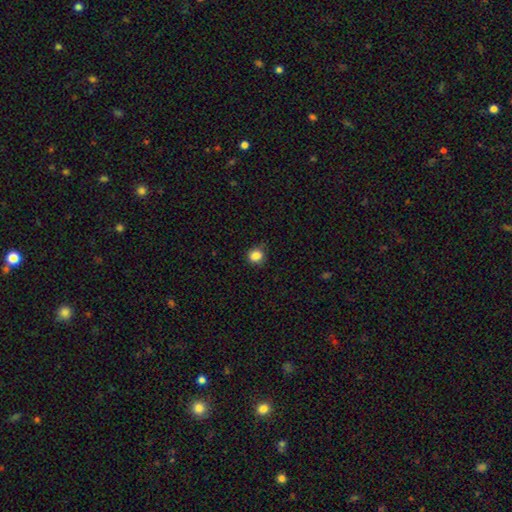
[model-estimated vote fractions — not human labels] Q: Smooth or featured?
A: smooth (86%); runner-up: star or artifact (11%)
Q: How rounded?
A: round (82%); runner-up: in between (17%)
Q: Merging?
A: none (81%); runner-up: minor disturbance (15%)